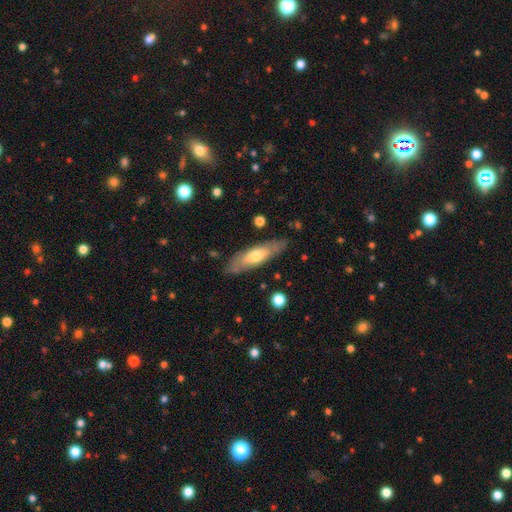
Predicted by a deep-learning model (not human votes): Q: Smooth or featured?
A: smooth (50%); runner-up: featured or disk (45%)
Q: Merging?
A: none (80%); runner-up: minor disturbance (15%)